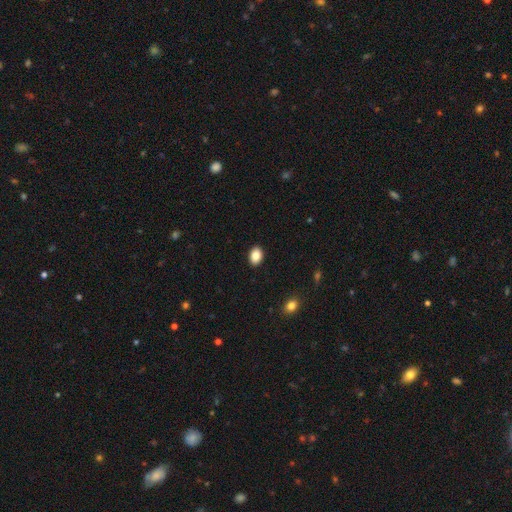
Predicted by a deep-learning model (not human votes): Morphology: type=smooth (88%); roundness=in between (79%); merging=none (91%).